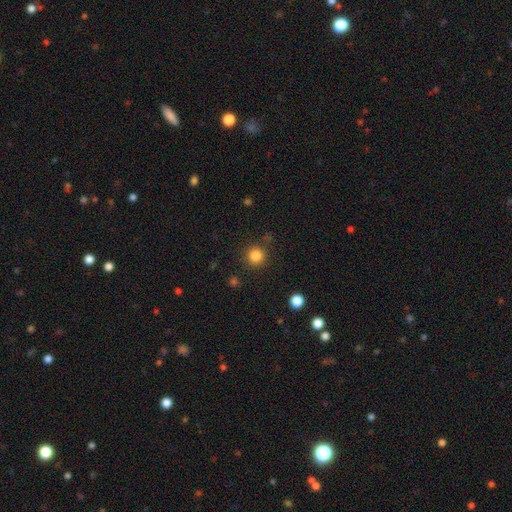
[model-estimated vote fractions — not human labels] Q: Smooth or featured?
A: smooth (84%); runner-up: star or artifact (12%)
Q: How rounded?
A: round (94%); runner-up: in between (5%)
Q: Merging?
A: none (88%); runner-up: minor disturbance (7%)